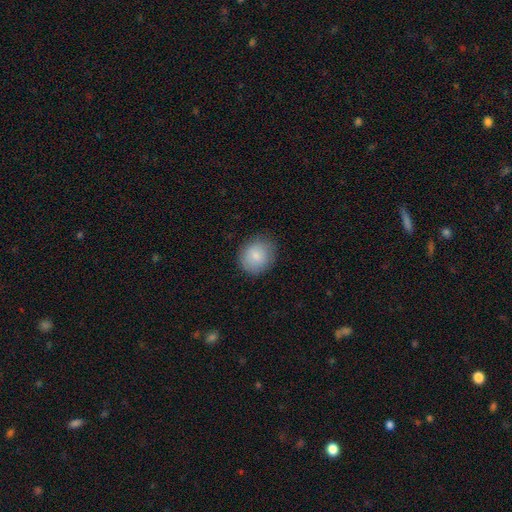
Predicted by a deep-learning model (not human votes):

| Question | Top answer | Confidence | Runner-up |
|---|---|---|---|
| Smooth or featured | smooth | 84% | featured or disk (9%) |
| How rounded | round | 76% | in between (23%) |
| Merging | none | 82% | minor disturbance (13%) |